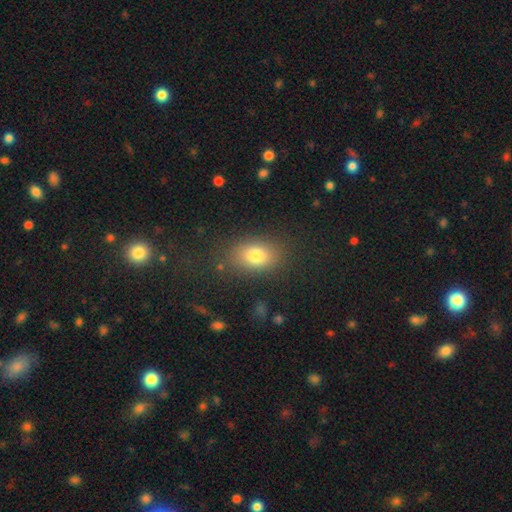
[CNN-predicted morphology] Smooth or featured? Predicted: smooth (p=0.79). How rounded? Predicted: in between (p=0.77). Merging? Predicted: none (p=0.81).